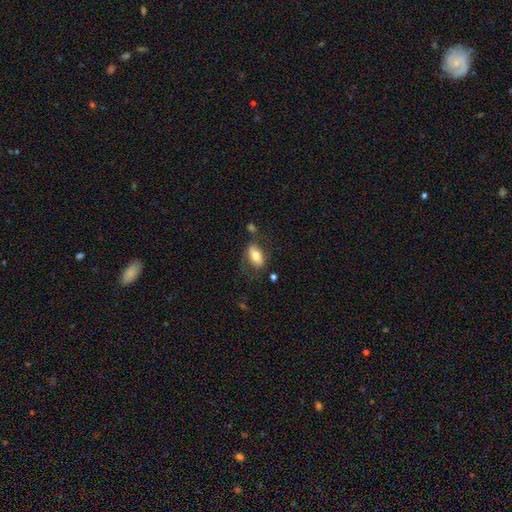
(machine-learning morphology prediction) smooth 67%, featured or disk 26%, star or artifact 7%. Down the decision tree: how rounded — in between (89%); merging — none (61%).